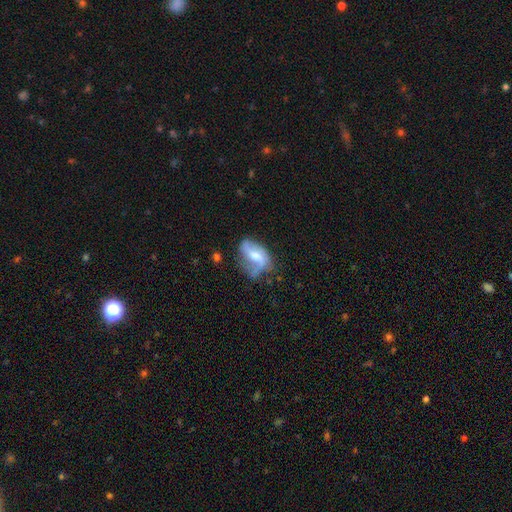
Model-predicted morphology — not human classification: Smooth or featured: featured or disk — 65% (smooth — 28%)
Edge-on disk: no — 96% (yes — 4%)
Bar: weak — 43% (no — 39%)
Spiral arms: yes — 82% (no — 18%)
Spiral winding: loose — 59% (medium — 31%)
Spiral arm count: 2 — 71% (can't tell — 11%)
Bulge size: moderate — 44% (small — 29%)
Merging: none — 44% (minor disturbance — 28%)